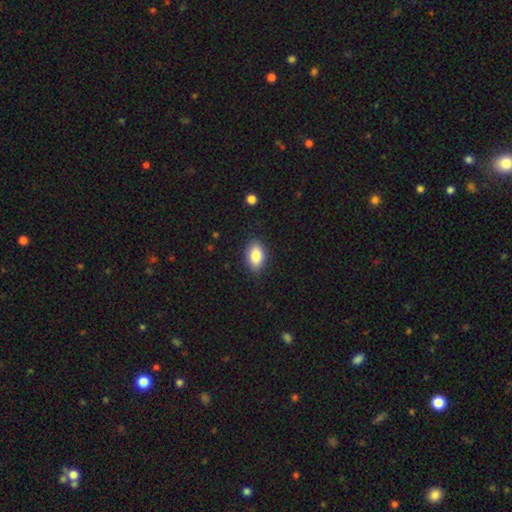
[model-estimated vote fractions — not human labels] Smooth or featured? Predicted: smooth (p=0.85). How rounded? Predicted: in between (p=0.90). Merging? Predicted: none (p=0.87).